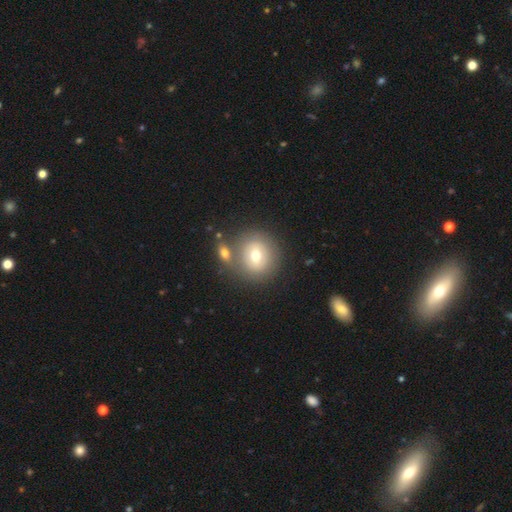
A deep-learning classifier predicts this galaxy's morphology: Smooth or featured? Predicted: smooth (p=0.68). How rounded? Predicted: round (p=0.89). Merging? Predicted: none (p=0.68).